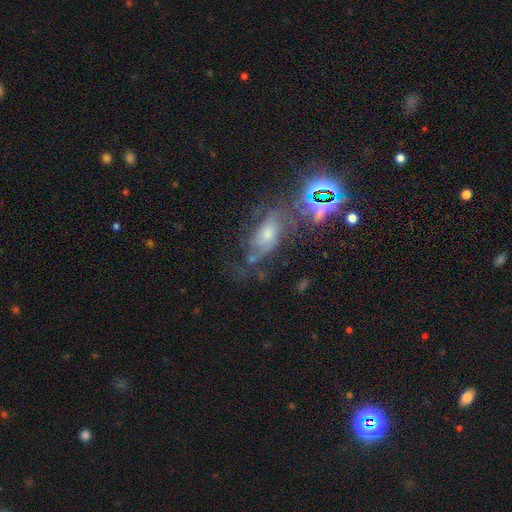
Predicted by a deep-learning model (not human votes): smooth_or_featured: featured or disk (p=0.54) [alt: star or artifact p=0.29]
disk_edge_on: no (p=0.87) [alt: yes p=0.13]
merging: none (p=0.51) [alt: minor disturbance p=0.21]